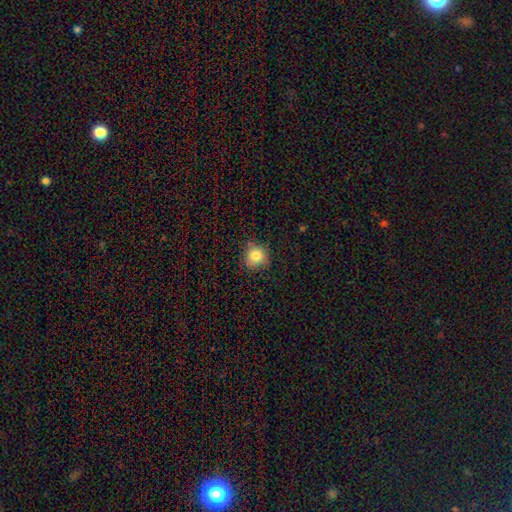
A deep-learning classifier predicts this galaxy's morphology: smooth_or_featured: smooth (p=0.81) [alt: star or artifact p=0.11]
how_rounded: round (p=0.90) [alt: in between p=0.09]
merging: none (p=0.82) [alt: minor disturbance p=0.14]